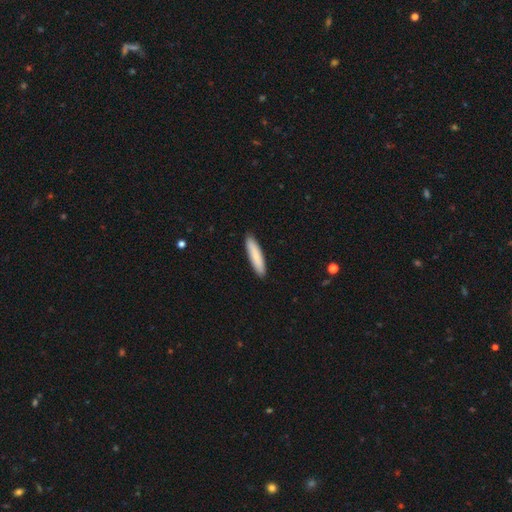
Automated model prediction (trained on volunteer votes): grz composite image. It shows a smooth galaxy with no disk features (84%) that is cigar-shaped (83%). Merging: none (91%).